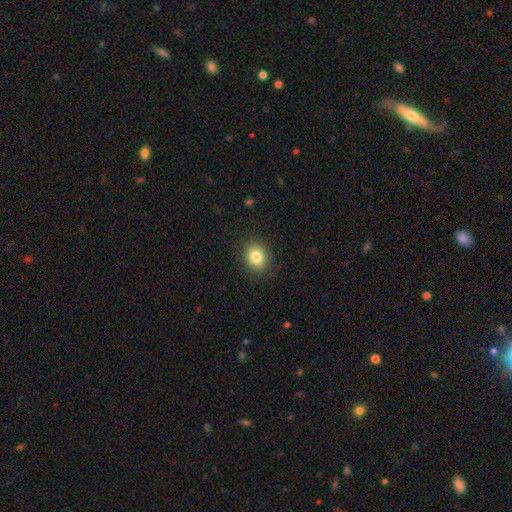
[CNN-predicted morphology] This is clearly a smooth galaxy (83%). How rounded: possibly round (53%). Merging: clearly none (87%).